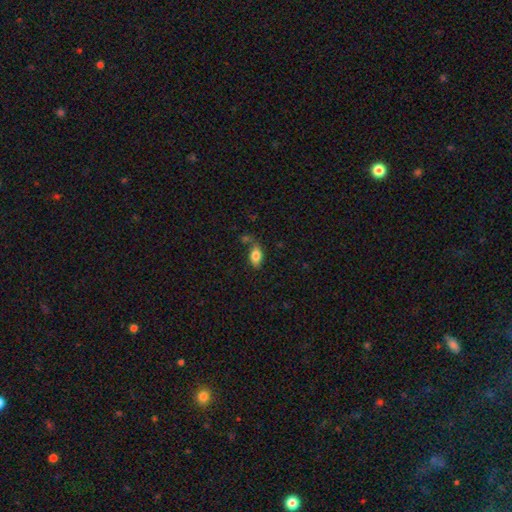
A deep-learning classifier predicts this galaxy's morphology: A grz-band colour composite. It shows a smooth galaxy with no disk features (81%) that is in between round and cigar-shaped (90%). Merging: none (65%).